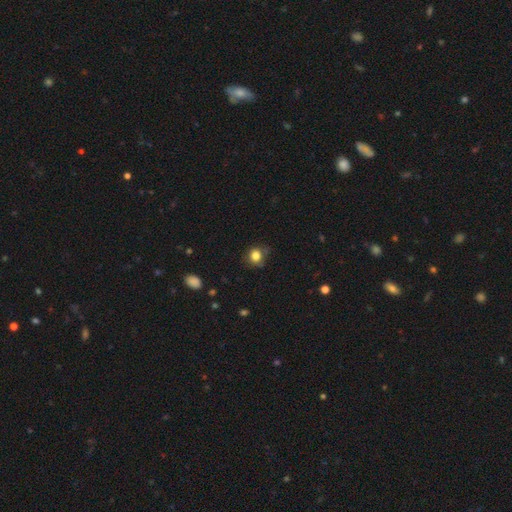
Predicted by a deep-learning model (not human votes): Q: Smooth or featured?
A: smooth (81%); runner-up: star or artifact (12%)
Q: How rounded?
A: round (81%); runner-up: in between (18%)
Q: Merging?
A: none (69%); runner-up: minor disturbance (22%)